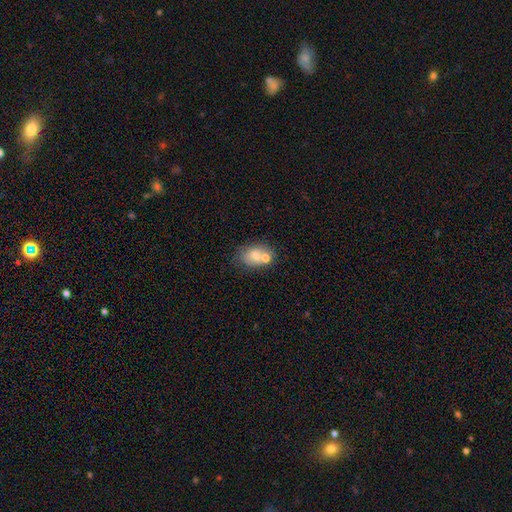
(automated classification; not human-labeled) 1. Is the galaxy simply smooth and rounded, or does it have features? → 67% smooth, 22% featured or disk, 11% star or artifact.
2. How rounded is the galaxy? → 70% in between, 28% round, 2% cigar-shaped.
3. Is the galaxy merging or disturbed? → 48% none, 32% merger, 14% minor disturbance, 6% major disturbance.